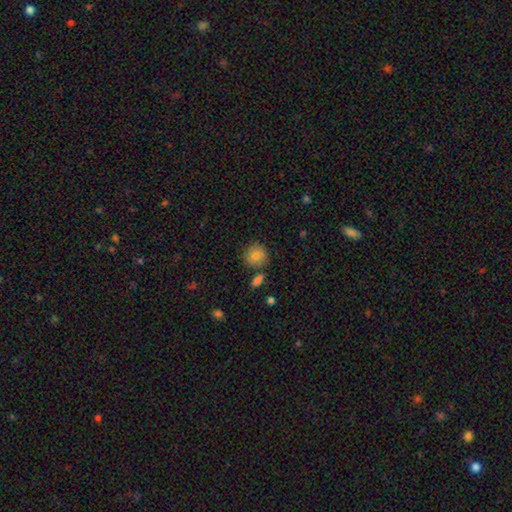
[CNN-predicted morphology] Smooth or featured: smooth — 81% (star or artifact — 10%)
How rounded: round — 90% (in between — 9%)
Merging: none — 79% (minor disturbance — 10%)